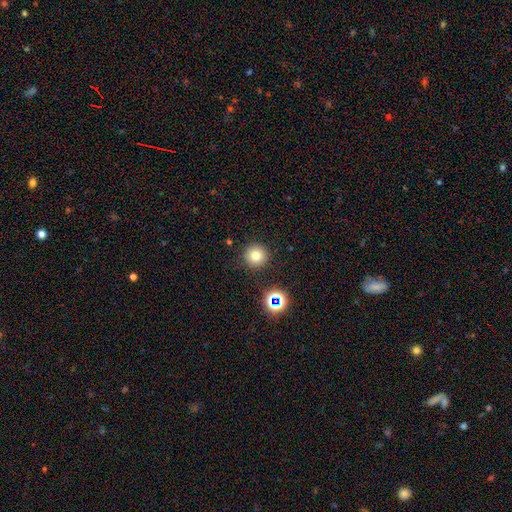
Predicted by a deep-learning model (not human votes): Smooth or featured? Predicted: smooth (p=0.76). How rounded? Predicted: round (p=0.96). Merging? Predicted: none (p=0.89).